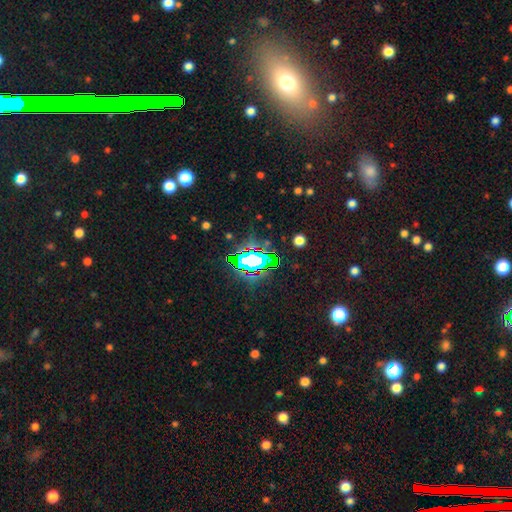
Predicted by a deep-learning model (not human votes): Morphology: type=star or artifact (63%).